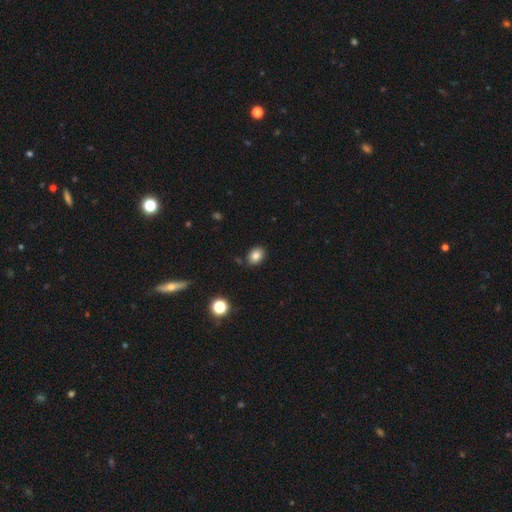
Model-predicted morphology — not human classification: smooth_or_featured: smooth (p=0.83) [alt: star or artifact p=0.10]
how_rounded: in between (p=0.64) [alt: round p=0.35]
merging: none (p=0.84) [alt: minor disturbance p=0.11]